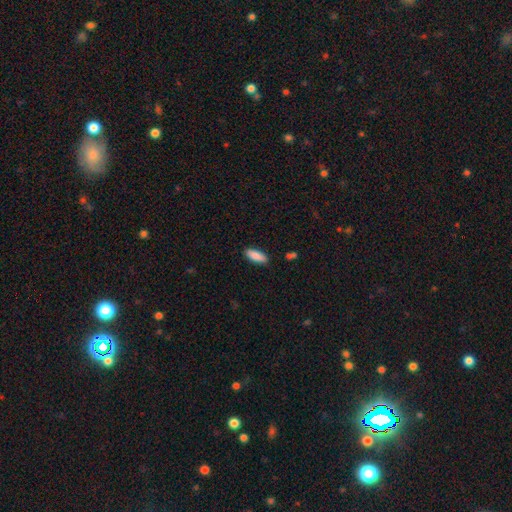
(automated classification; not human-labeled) Smooth or featured? Predicted: smooth (p=0.89). How rounded? Predicted: in between (p=0.73). Merging? Predicted: none (p=0.88).